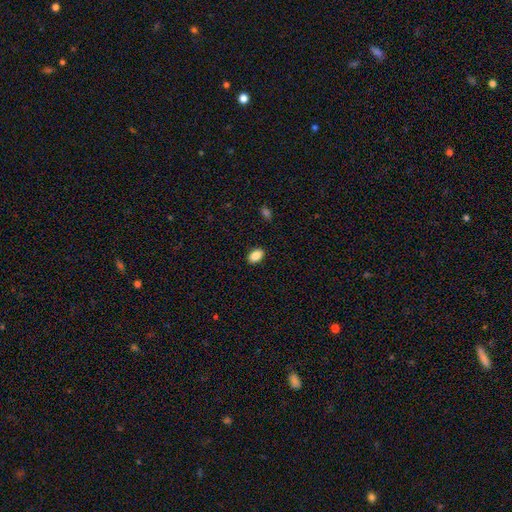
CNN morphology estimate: This appears to be a smooth galaxy with no disk features (88%) that is in between round and cigar-shaped (89%). Merging: none (89%).